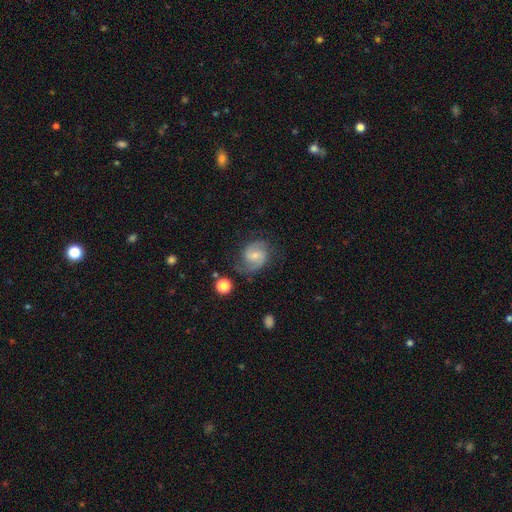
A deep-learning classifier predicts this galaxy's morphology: Overall: featured or disk (71%). Edge-on disk: no (98%). Bar: weak (52%; no 34%). Spiral arms: yes (93%). Spiral arm count: 2 (85%). Spiral winding: medium (50%; loose 27%). Bulge size: small (49%; moderate 39%). Merging: none (69%).